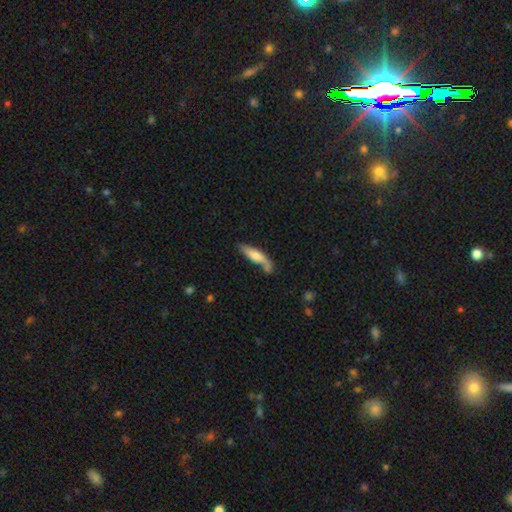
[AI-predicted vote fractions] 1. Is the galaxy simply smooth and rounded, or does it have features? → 66% smooth, 28% featured or disk, 6% star or artifact.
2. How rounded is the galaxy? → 70% cigar-shaped, 28% in between, 2% round.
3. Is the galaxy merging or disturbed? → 55% none, 23% minor disturbance, 13% merger, 9% major disturbance.